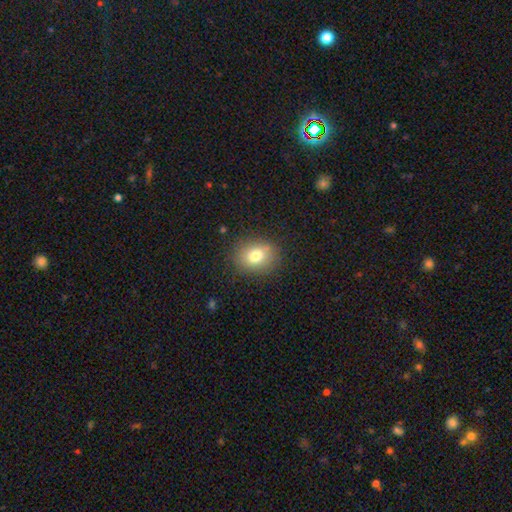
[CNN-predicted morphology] This is likely a smooth galaxy (77%). How rounded: possibly round (51%). Merging: clearly none (84%).